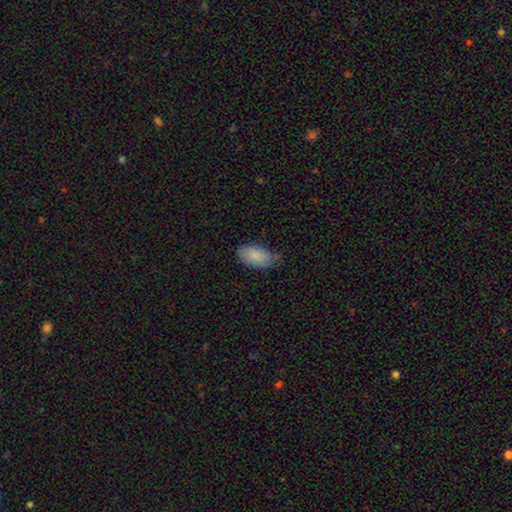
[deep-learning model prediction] The model was most divided on "merging": none: 61%, minor disturbance: 32%, major disturbance: 5%, merger: 2%. More confident: how rounded — in between (94%); smooth or featured — smooth (85%).